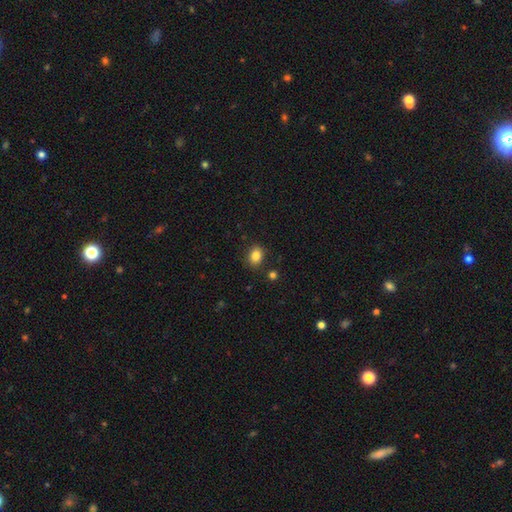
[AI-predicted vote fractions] smooth 85%, star or artifact 10%, featured or disk 5%. Down the decision tree: how rounded — in between (62%); merging — none (85%).